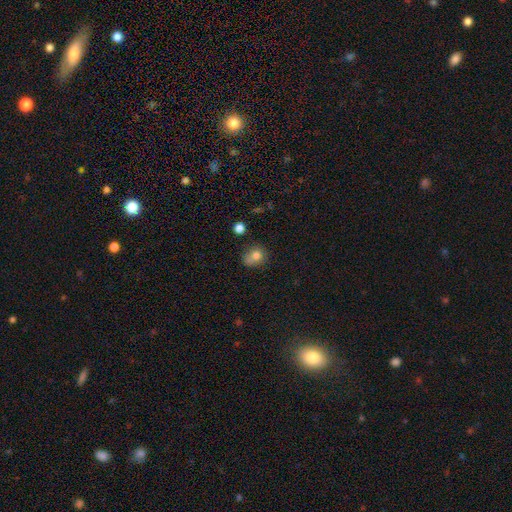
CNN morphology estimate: Smooth or featured? Predicted: smooth (p=0.76). How rounded? Predicted: round (p=0.69). Merging? Predicted: none (p=0.50).